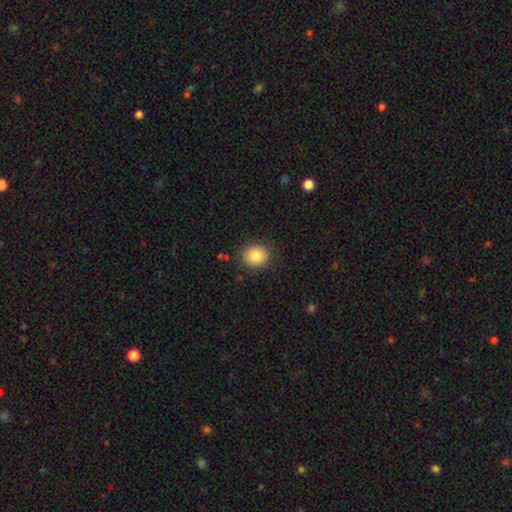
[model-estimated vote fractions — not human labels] This is clearly a smooth galaxy (84%). How rounded: clearly round (84%). Merging: clearly none (87%).